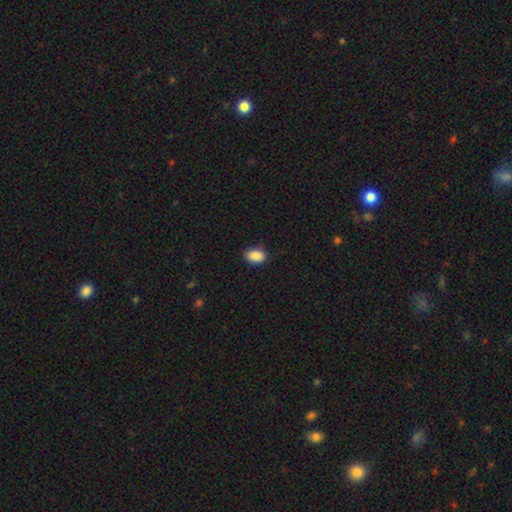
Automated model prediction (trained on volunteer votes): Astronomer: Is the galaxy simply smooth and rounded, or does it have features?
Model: smooth — 89%.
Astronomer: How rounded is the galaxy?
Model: in between — 85%.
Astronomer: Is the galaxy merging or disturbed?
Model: none — 79%.